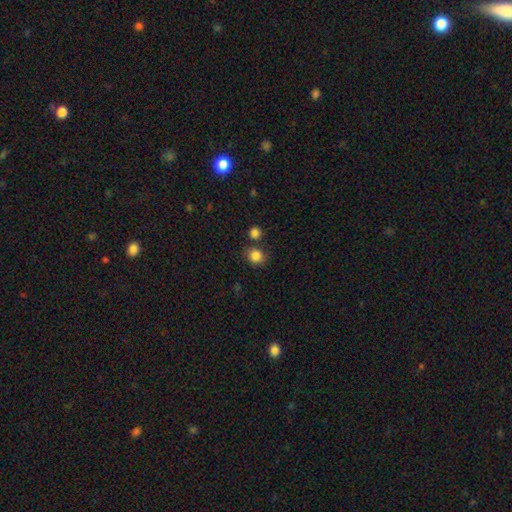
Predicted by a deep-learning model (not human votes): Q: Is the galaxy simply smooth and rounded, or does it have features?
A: smooth — 85%.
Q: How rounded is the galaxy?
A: round — 83%.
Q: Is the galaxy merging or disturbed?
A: none — 75%.